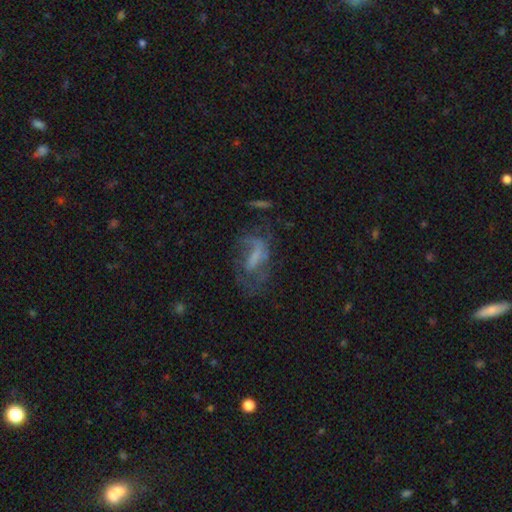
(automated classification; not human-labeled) Smooth or featured?
  - featured or disk: 56% *
  - smooth: 31%
  - star or artifact: 13%
Edge-on disk?
  - no: 93% *
  - yes: 7%
Bar?
  - weak: 37% * (tied)
  - no: 37% * (tied)
  - strong: 26%
Spiral arms?
  - yes: 59% *
  - no: 41%
Bulge size?
  - none: 49% *
  - small: 22%
  - moderate: 19%
  - large: 8%
  - dominant: 2%
Merging?
  - major disturbance: 40% *
  - none: 36%
  - minor disturbance: 20%
  - merger: 4%